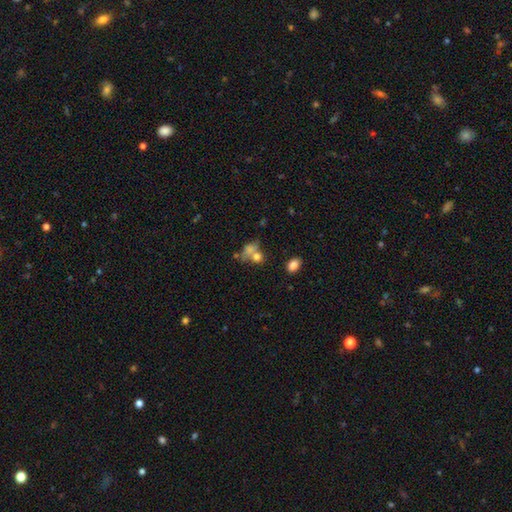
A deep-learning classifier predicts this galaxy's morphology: Smooth or featured? Predicted: smooth (p=0.61). How rounded? Predicted: round (p=0.52). Merging? Predicted: merger (p=0.45).